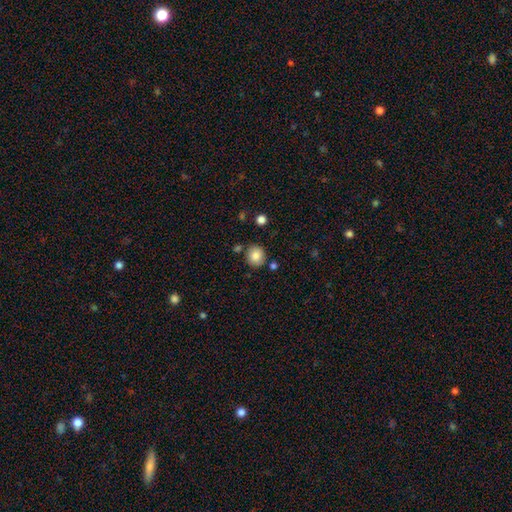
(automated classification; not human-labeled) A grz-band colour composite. It shows a smooth galaxy with no disk features (85%) that is round (88%). Merging: none (82%).